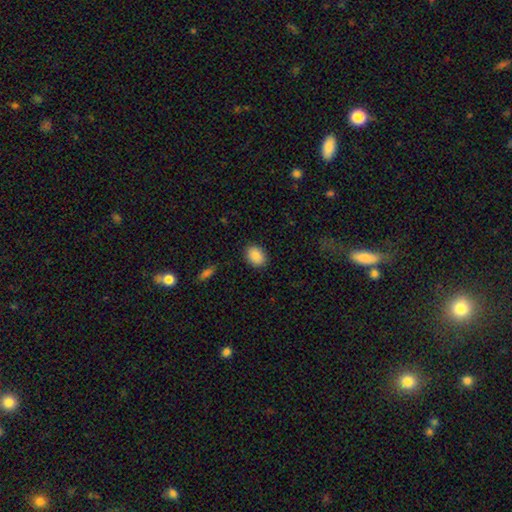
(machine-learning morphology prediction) Q: Smooth or featured?
A: smooth (89%); runner-up: star or artifact (7%)
Q: How rounded?
A: in between (69%); runner-up: round (30%)
Q: Merging?
A: none (88%); runner-up: minor disturbance (8%)